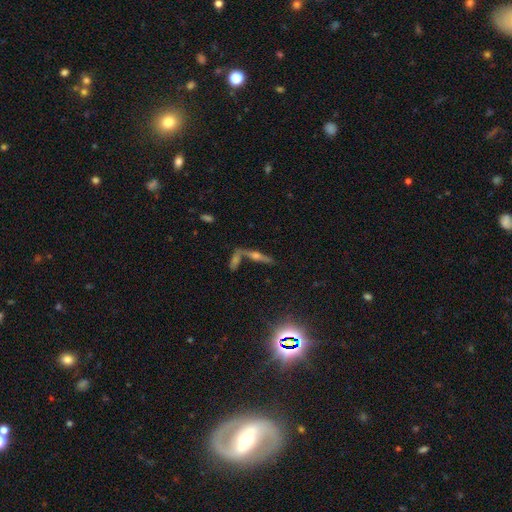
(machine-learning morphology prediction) This is marginally a featured or disk galaxy (44%). Merging: marginally merger (42%).